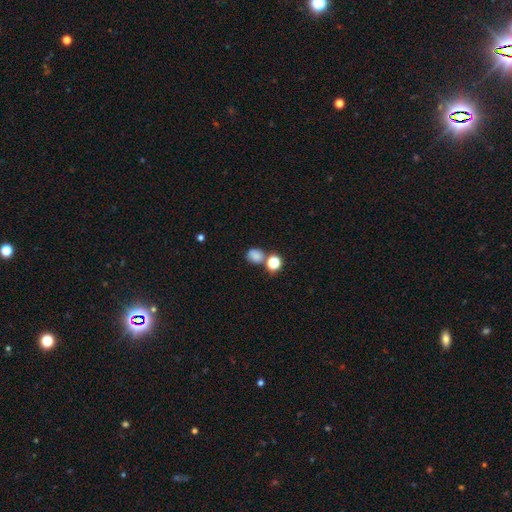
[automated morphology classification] This is likely a smooth galaxy (78%). How rounded: likely round (72%). Merging: possibly none (56%).